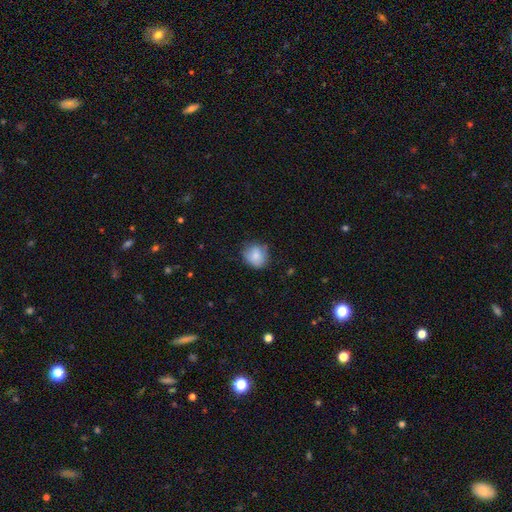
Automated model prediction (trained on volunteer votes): A smooth galaxy with no disk features (81%) that is round (75%). Merging: none (68%).